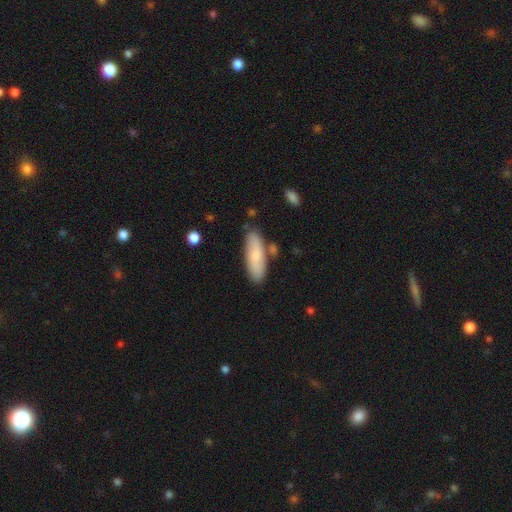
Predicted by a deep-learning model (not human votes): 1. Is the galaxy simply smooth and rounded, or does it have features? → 73% smooth, 21% featured or disk, 6% star or artifact.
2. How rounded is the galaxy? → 56% in between, 42% cigar-shaped, 2% round.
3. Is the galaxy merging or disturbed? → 78% none, 13% minor disturbance, 6% merger, 3% major disturbance.